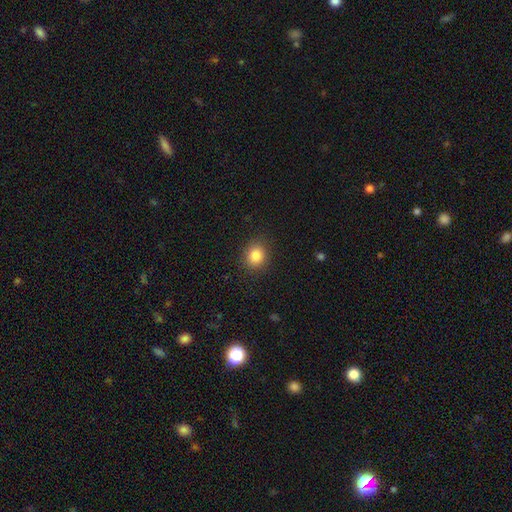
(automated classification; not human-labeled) This is clearly a smooth galaxy (84%). How rounded: likely round (76%). Merging: clearly none (88%).